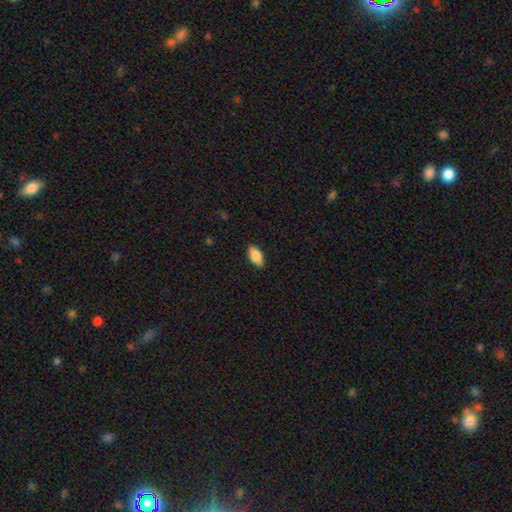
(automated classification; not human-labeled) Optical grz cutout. It shows a smooth galaxy with no disk features (86%) that is in between round and cigar-shaped (90%). Merging: none (88%).